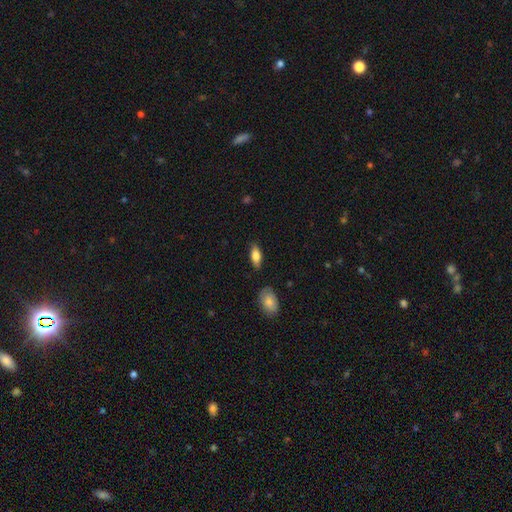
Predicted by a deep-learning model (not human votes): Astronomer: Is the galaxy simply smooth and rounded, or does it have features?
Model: smooth — 78%.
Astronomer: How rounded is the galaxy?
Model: in between — 81%.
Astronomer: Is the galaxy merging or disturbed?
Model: none — 83%.